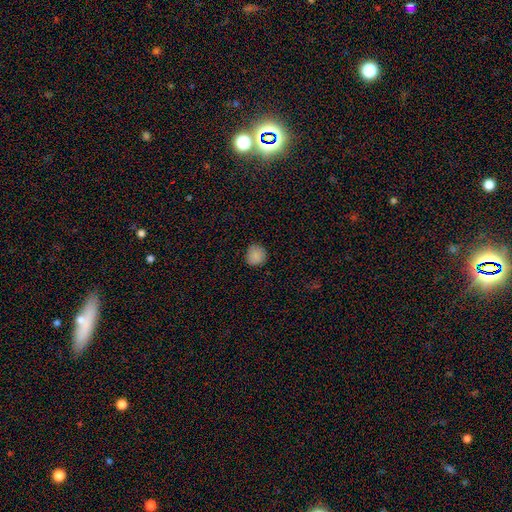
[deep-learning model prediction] A smooth galaxy with no disk features (87%) that is round (89%). Merging: none (86%).